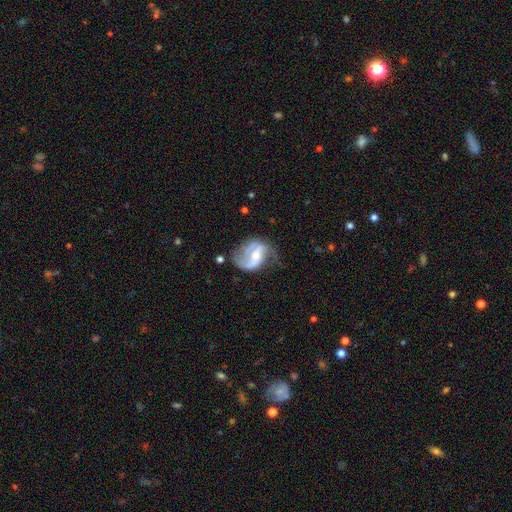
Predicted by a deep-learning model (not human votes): Q: Smooth or featured?
A: featured or disk (83%); runner-up: smooth (11%)
Q: Edge-on disk?
A: no (97%); runner-up: yes (3%)
Q: Bar?
A: weak (42%); runner-up: no (30%)
Q: Spiral arms?
A: yes (92%); runner-up: no (8%)
Q: Spiral winding?
A: loose (49%); runner-up: medium (38%)
Q: Spiral arm count?
A: 2 (80%); runner-up: 1 (8%)
Q: Bulge size?
A: moderate (52%); runner-up: small (43%)
Q: Merging?
A: none (50%); runner-up: minor disturbance (26%)